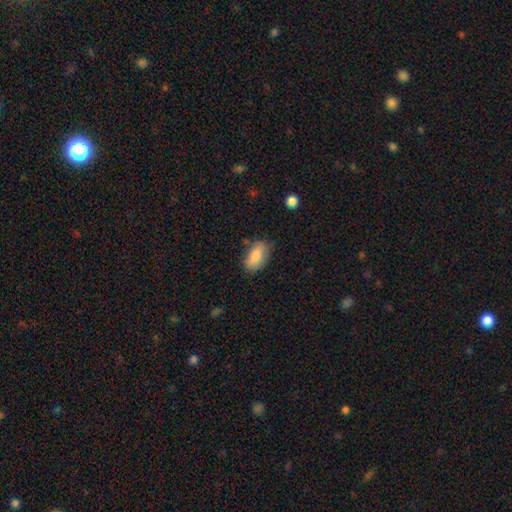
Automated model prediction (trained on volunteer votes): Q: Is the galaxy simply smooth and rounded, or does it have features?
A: smooth — 82%.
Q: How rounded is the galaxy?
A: in between — 91%.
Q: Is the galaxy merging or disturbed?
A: none — 77%.